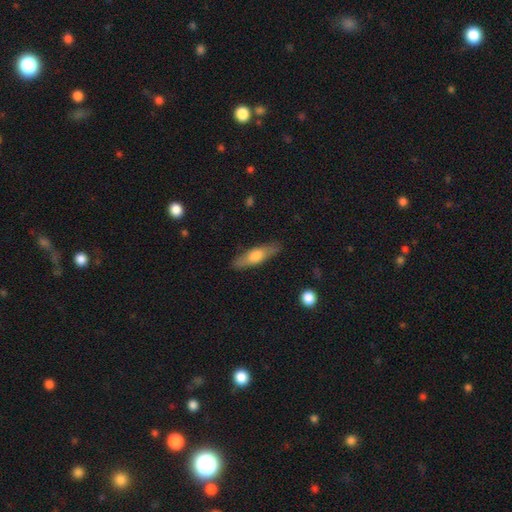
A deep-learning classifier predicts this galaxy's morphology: smooth 58%, featured or disk 36%, star or artifact 6%. Down the decision tree: how rounded — cigar-shaped (59%); merging — none (86%).